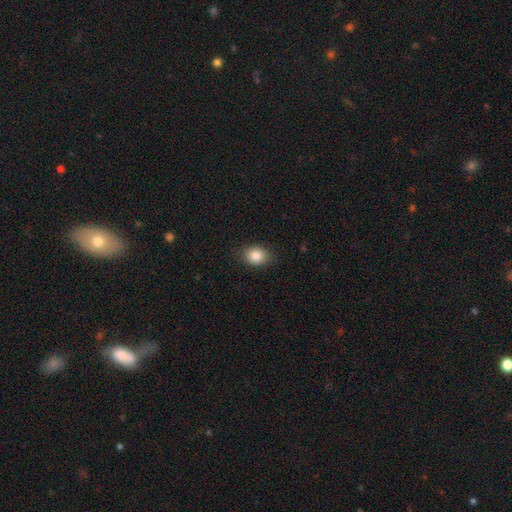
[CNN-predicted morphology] Smooth or featured?
  - smooth: 86% *
  - star or artifact: 9%
  - featured or disk: 6%
How rounded?
  - in between: 63% *
  - round: 36%
  - cigar-shaped: 1%
Merging?
  - none: 85% *
  - minor disturbance: 11%
  - major disturbance: 3%
  - merger: 1%